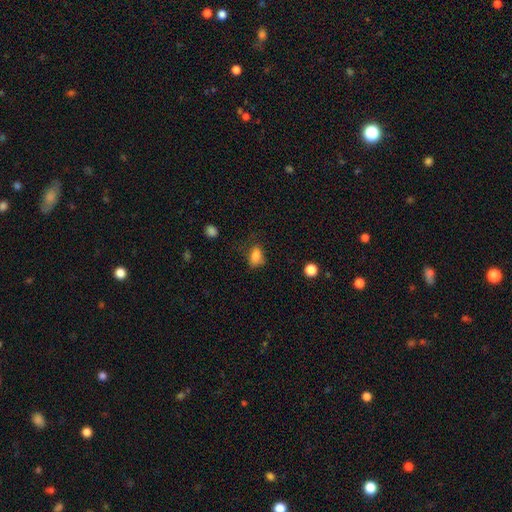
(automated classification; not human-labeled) The model was most divided on "merging": none: 57%, minor disturbance: 28%, major disturbance: 13%, merger: 2%. More confident: smooth or featured — smooth (83%); how rounded — in between (77%).